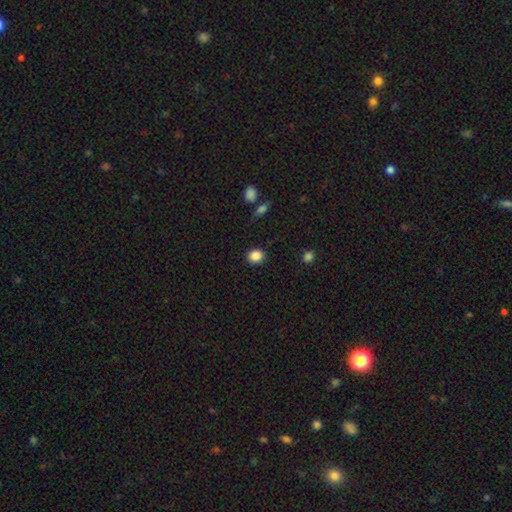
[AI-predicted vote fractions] Q: Smooth or featured?
A: smooth (87%); runner-up: star or artifact (10%)
Q: How rounded?
A: round (70%); runner-up: in between (29%)
Q: Merging?
A: none (86%); runner-up: minor disturbance (9%)